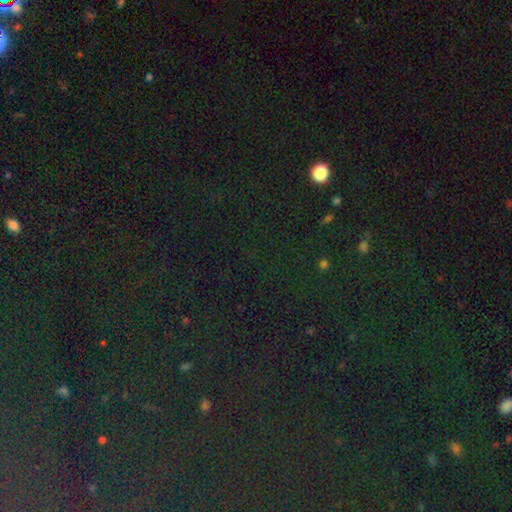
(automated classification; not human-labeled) star or artifact 80%, smooth 13%, featured or disk 7%.